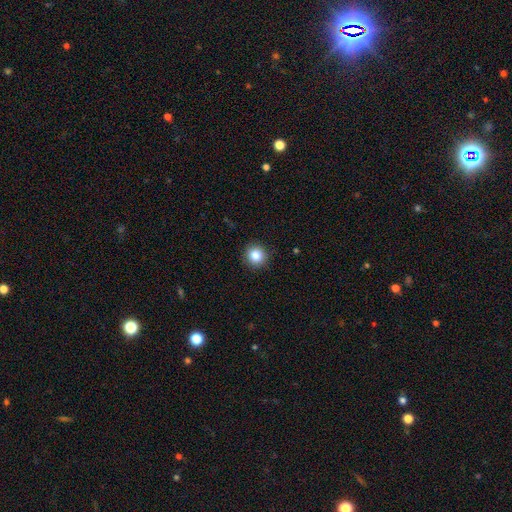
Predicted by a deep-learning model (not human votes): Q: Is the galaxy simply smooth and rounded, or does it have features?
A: smooth — 84%.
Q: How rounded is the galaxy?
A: round — 91%.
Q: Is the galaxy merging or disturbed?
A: none — 91%.